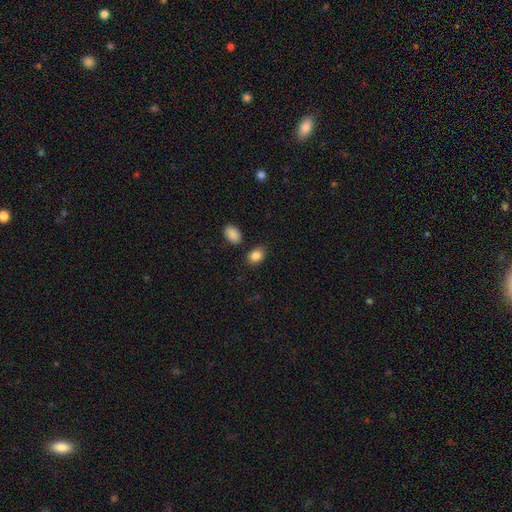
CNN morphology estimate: smooth_or_featured: smooth (p=0.87) [alt: star or artifact p=0.08]
how_rounded: in between (p=0.70) [alt: round p=0.28]
merging: none (p=0.80) [alt: minor disturbance p=0.11]